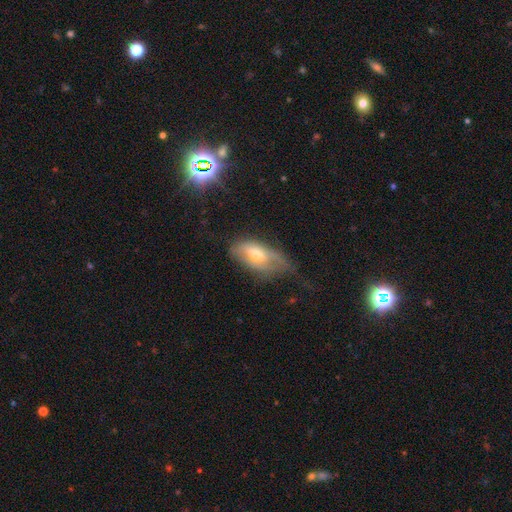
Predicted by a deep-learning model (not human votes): Overall: smooth (57%; featured or disk 35%). How rounded: in between (89%). Merging: minor disturbance (36%; none 31%).